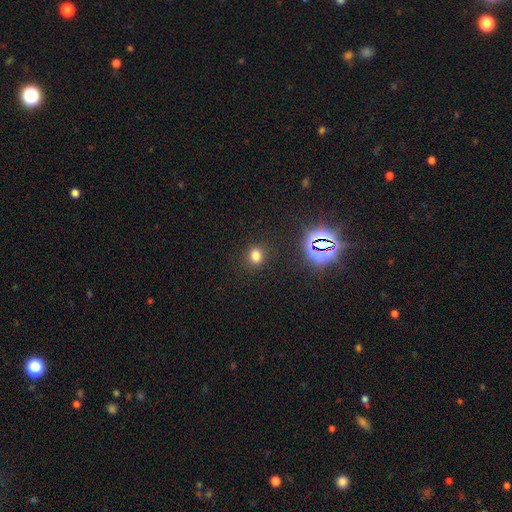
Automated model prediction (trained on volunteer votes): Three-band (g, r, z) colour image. It shows a smooth galaxy with no disk features (74%) that is round (64%). Merging: none (87%).